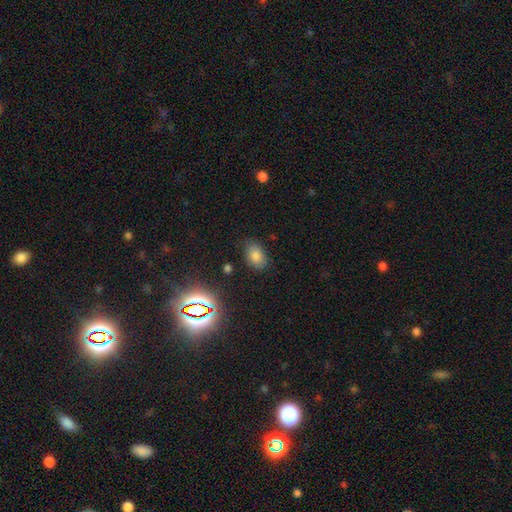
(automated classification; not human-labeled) A smooth galaxy with no disk features (72%) that is in between round and cigar-shaped (80%). Merging: none (80%).